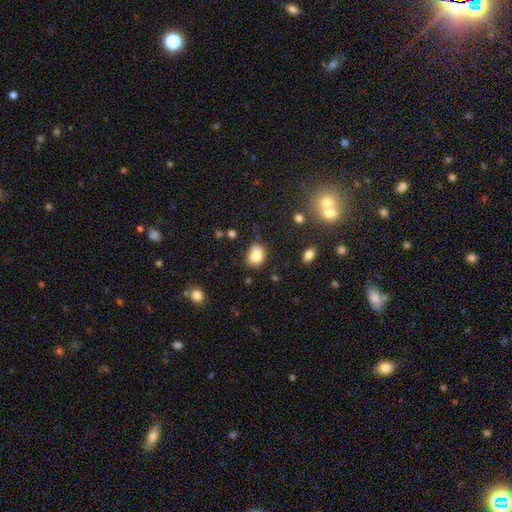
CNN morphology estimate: Smooth or featured? smooth (85%)
How rounded? in between (58%)
Merging? none (77%)